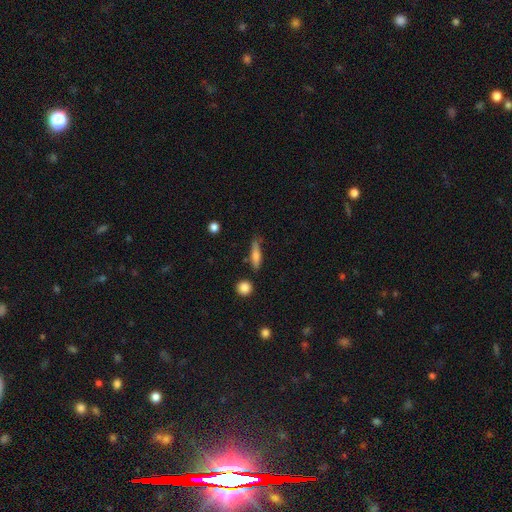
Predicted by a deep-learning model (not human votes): This appears to be a smooth galaxy with no disk features (68%) that is cigar-shaped (72%). Merging: none (68%).